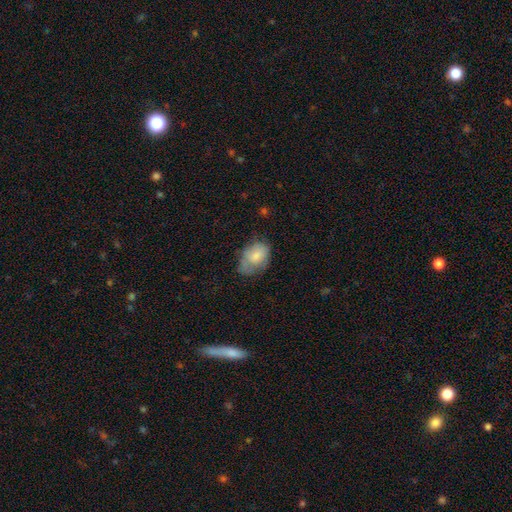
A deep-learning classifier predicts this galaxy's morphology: Smooth or featured? smooth (72%)
How rounded? in between (85%)
Merging? none (44%)